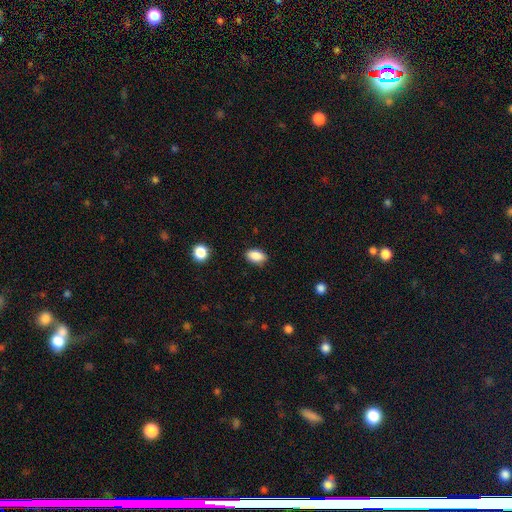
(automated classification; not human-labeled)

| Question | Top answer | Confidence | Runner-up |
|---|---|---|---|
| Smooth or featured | smooth | 88% | star or artifact (8%) |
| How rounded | in between | 90% | round (8%) |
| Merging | none | 86% | minor disturbance (11%) |